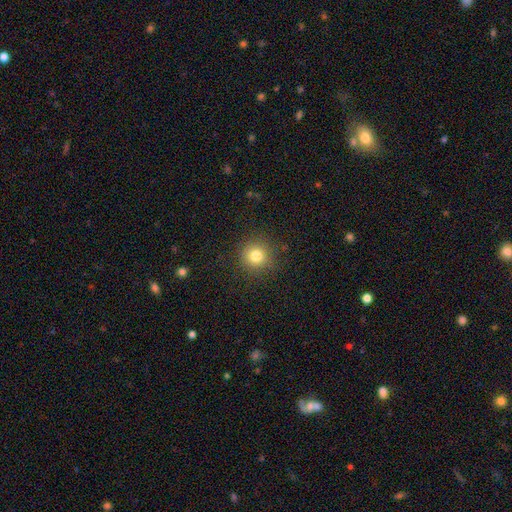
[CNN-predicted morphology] This appears to be a smooth galaxy with no disk features (80%) that is round (94%). Merging: none (89%).